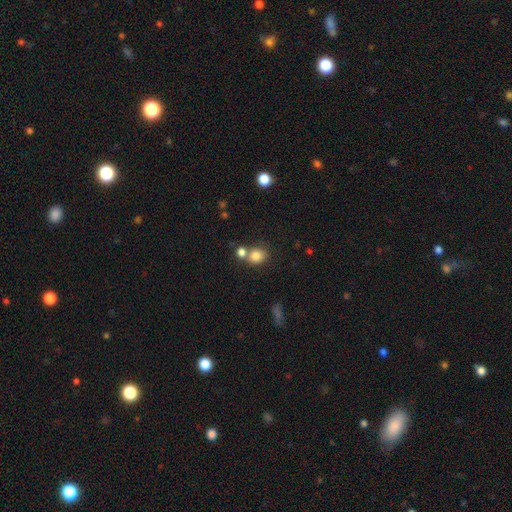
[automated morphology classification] Q: Smooth or featured?
A: smooth (81%); runner-up: star or artifact (11%)
Q: How rounded?
A: round (73%); runner-up: in between (26%)
Q: Merging?
A: none (51%); runner-up: merger (36%)